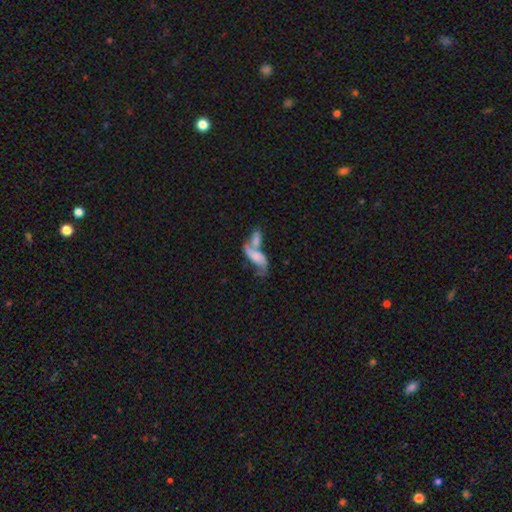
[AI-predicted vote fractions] Q: Smooth or featured?
A: featured or disk (49%); runner-up: smooth (42%)
Q: Merging?
A: merger (61%); runner-up: none (17%)